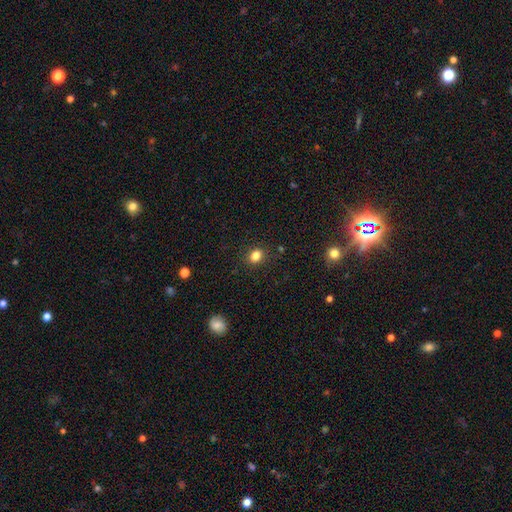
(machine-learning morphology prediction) smooth_or_featured: smooth (p=0.83) [alt: star or artifact p=0.12]
how_rounded: round (p=0.56) [alt: in between p=0.43]
merging: none (p=0.87) [alt: minor disturbance p=0.09]